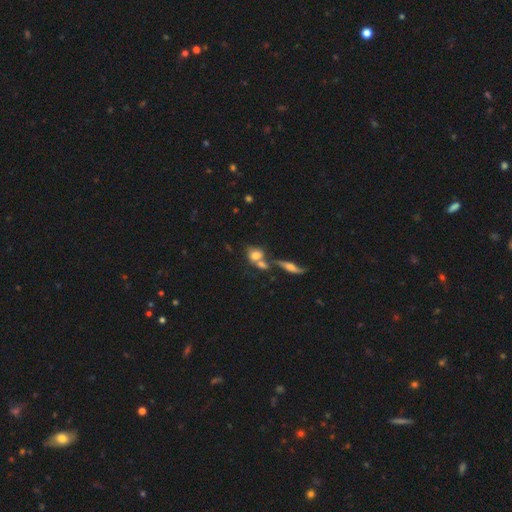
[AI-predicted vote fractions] Smooth or featured? smooth (69%)
How rounded? round (48%)
Merging? merger (45%)